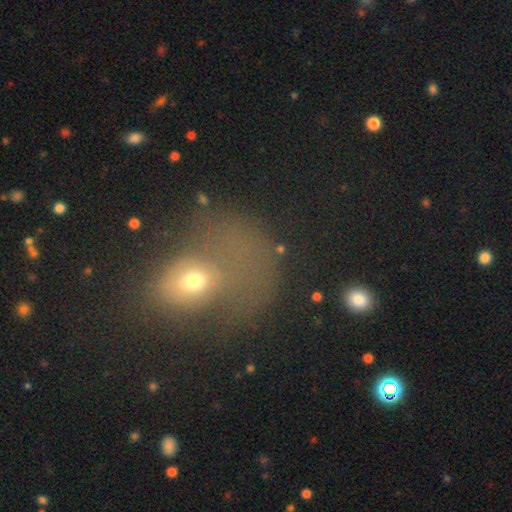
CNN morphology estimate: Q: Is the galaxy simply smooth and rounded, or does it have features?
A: smooth — 50%.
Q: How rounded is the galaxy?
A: in between — 55%.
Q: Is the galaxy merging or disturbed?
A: major disturbance — 34%, tied with none.